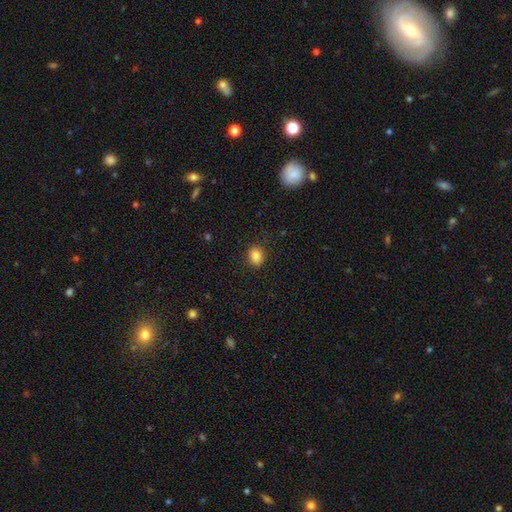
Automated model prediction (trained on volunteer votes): smooth_or_featured: smooth (p=0.82) [alt: star or artifact p=0.11]
how_rounded: round (p=0.63) [alt: in between p=0.36]
merging: none (p=0.83) [alt: minor disturbance p=0.12]